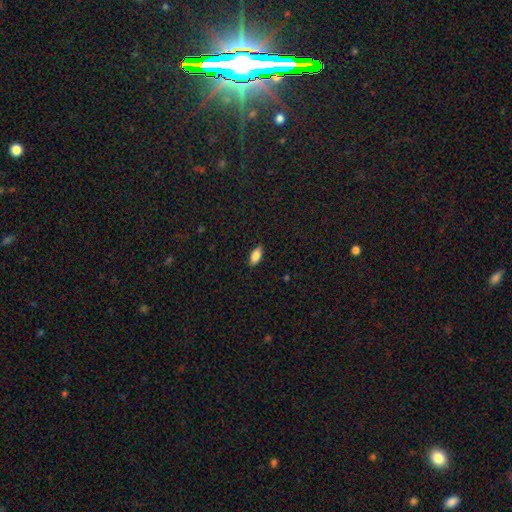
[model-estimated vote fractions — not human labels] A smooth galaxy with no disk features (85%) that is in between round and cigar-shaped (88%). Merging: none (87%).